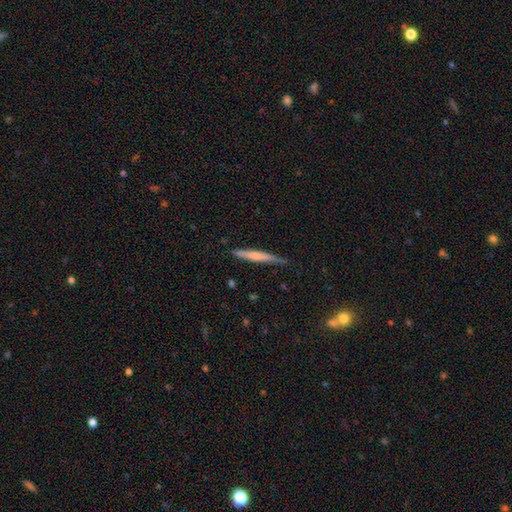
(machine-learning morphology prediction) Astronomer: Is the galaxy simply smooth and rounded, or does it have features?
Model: smooth — 54% (runner-up: featured or disk, 40%).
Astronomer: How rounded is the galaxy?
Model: cigar-shaped — 95%.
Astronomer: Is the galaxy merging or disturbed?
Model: none — 78%.